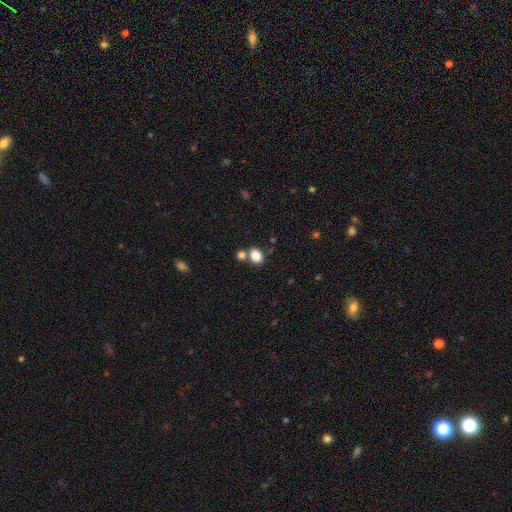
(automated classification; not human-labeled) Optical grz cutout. It shows a smooth galaxy with no disk features (85%) that is in between round and cigar-shaped (57%). Merging: none (57%).